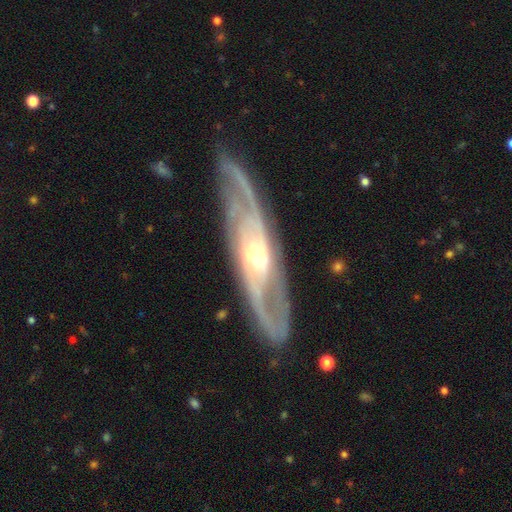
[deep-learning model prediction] This is clearly a featured or disk galaxy (88%). It is likely not viewed edge-on (78%). Bar: marginally no (44%). Spiral arm pattern: clearly yes (93%). Spiral arm count: likely 2 (74%). Spiral winding: marginally medium (43%). Central bulge: possibly moderate (54%). Merging: likely none (80%).